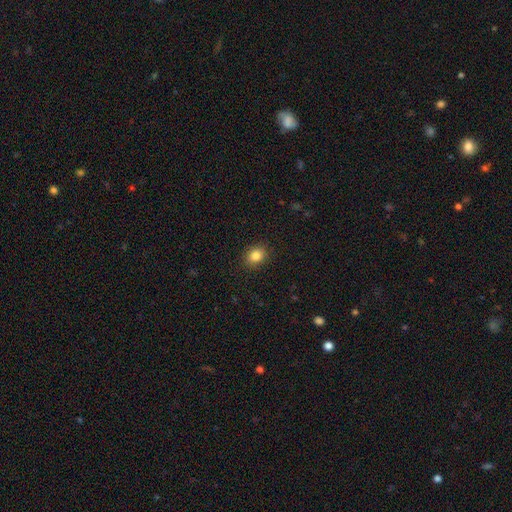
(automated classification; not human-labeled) Smooth or featured?
  - smooth: 85% *
  - star or artifact: 10%
  - featured or disk: 5%
How rounded?
  - round: 55% *
  - in between: 44%
  - cigar-shaped: 1%
Merging?
  - none: 89% *
  - minor disturbance: 8%
  - major disturbance: 2%
  - merger: 1%